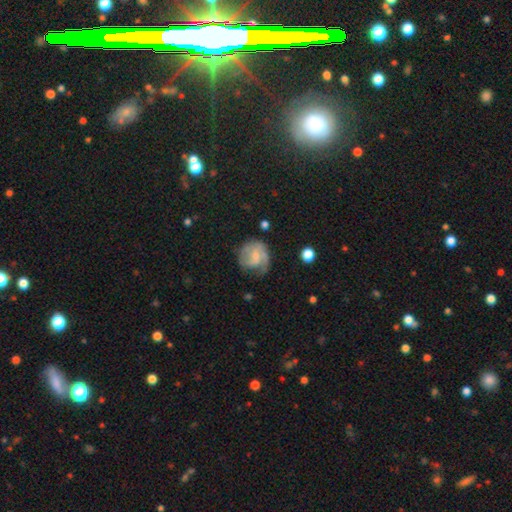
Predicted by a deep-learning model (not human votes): Smooth or featured?
  - featured or disk: 62% *
  - smooth: 31%
  - star or artifact: 7%
Edge-on disk?
  - no: 98% *
  - yes: 2%
Bar?
  - weak: 47% *
  - no: 45%
  - strong: 8%
Spiral arms?
  - yes: 86% *
  - no: 14%
Spiral winding?
  - medium: 43% *
  - tight: 32%
  - loose: 25%
Spiral arm count?
  - 2: 37% *
  - can't tell: 24%
  - 1: 21%
  - 3: 13%
  - 4: 3%
  - more than 4: 2%
Bulge size?
  - small: 56% *
  - moderate: 28%
  - none: 14%
  - large: 2%
  - dominant: 1%
Merging?
  - none: 52% *
  - minor disturbance: 26%
  - major disturbance: 19%
  - merger: 2%